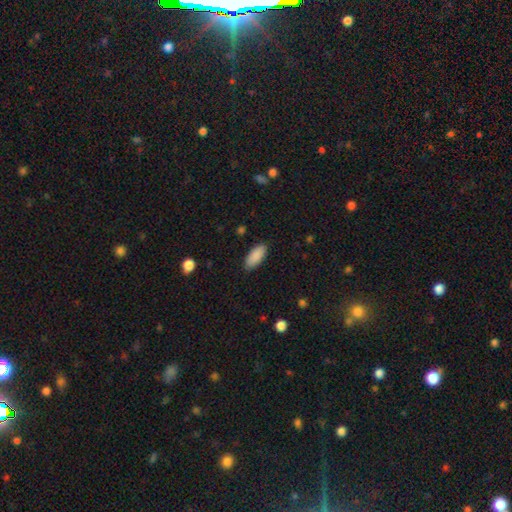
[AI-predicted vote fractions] Smooth or featured: smooth — 90% (star or artifact — 6%)
How rounded: in between — 88% (cigar-shaped — 10%)
Merging: none — 87% (minor disturbance — 10%)